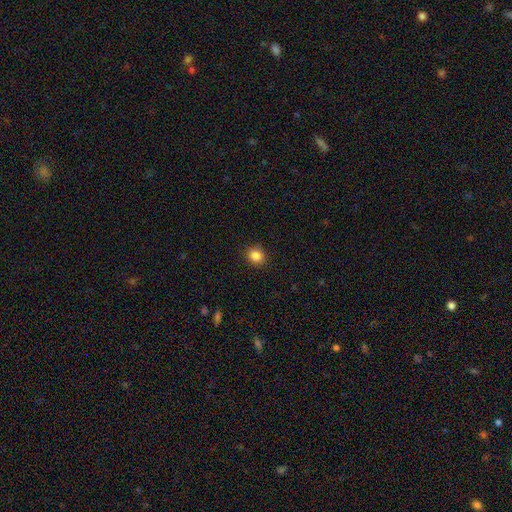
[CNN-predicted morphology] A smooth galaxy with no disk features (86%) that is round (76%).

Vote fractions:
- Smooth or featured? smooth: 86% / star or artifact: 10% / featured or disk: 4%
- How rounded? round: 76% / in between: 23% / cigar-shaped: 1%
- Merging? none: 90% / minor disturbance: 7% / major disturbance: 2% / merger: 1%